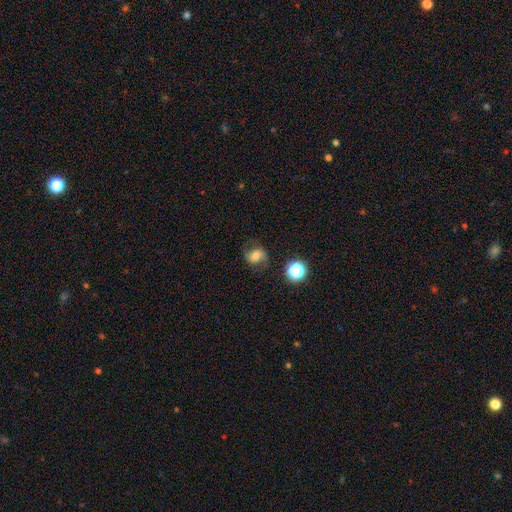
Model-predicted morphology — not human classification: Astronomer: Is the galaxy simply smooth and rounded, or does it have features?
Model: featured or disk — 44% (runner-up: smooth, 42%).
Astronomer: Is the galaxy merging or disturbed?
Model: none — 68%.